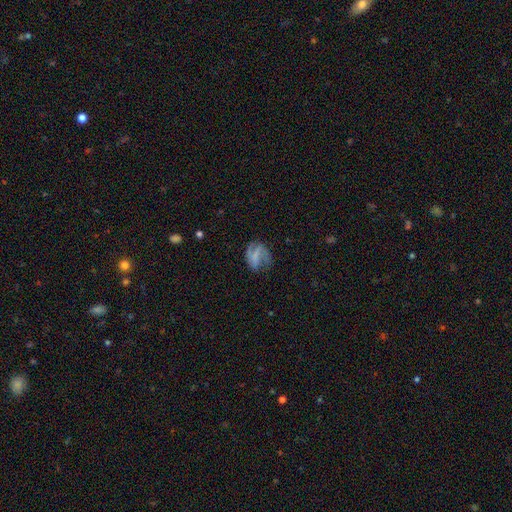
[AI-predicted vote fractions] featured or disk 53%, smooth 37%, star or artifact 10%. Down the decision tree: edge-on disk — no (97%); bar — no (38%); spiral arms — yes (76%); bulge size — none (60%); merging — none (49%).